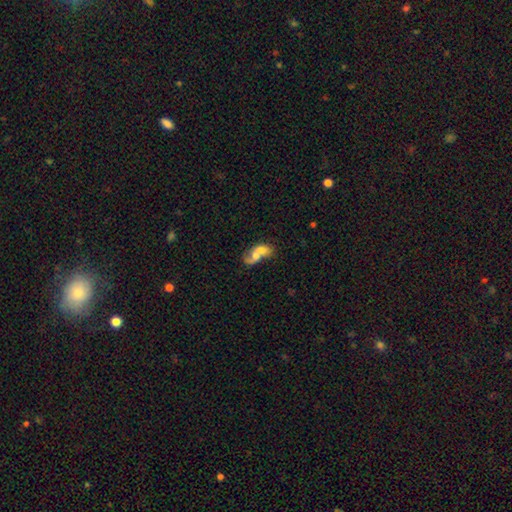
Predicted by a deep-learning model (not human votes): Morphology: type=smooth (48%); merging=merger (76%).